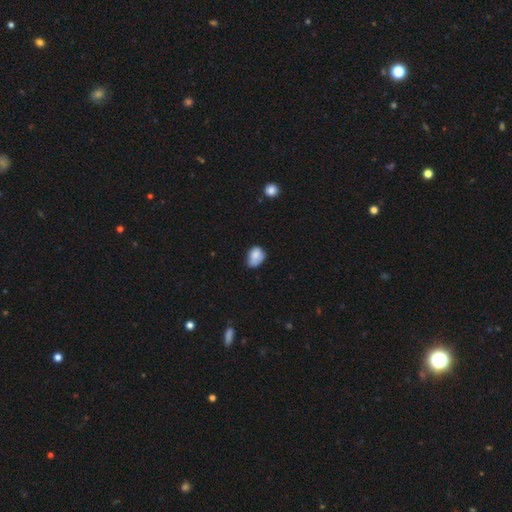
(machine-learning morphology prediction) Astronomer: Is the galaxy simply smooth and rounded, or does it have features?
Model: smooth — 82%.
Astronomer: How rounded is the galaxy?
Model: in between — 70%.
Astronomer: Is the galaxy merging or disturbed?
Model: none — 48% (runner-up: minor disturbance, 41%).